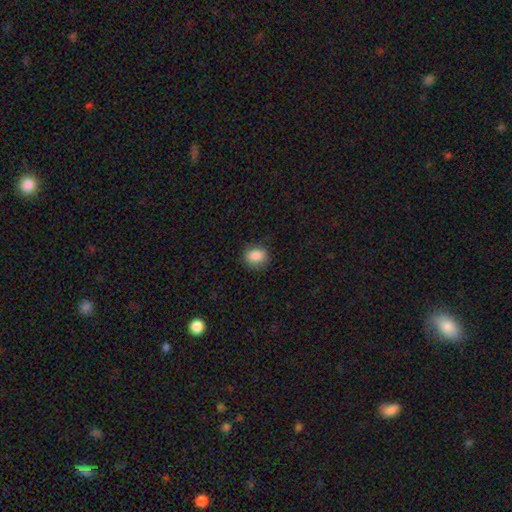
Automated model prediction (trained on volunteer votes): Smooth or featured? Predicted: smooth (p=0.87). How rounded? Predicted: round (p=0.57). Merging? Predicted: none (p=0.80).